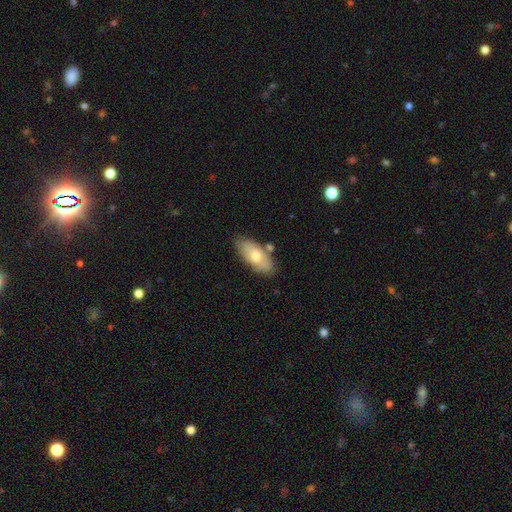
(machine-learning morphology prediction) This appears to be a smooth galaxy with no disk features (67%) that is in between round and cigar-shaped (84%). Merging: none (74%).